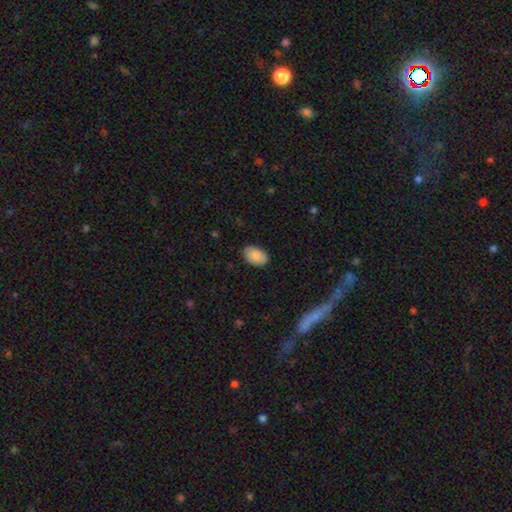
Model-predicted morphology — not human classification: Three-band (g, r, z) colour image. It shows a smooth galaxy with no disk features (88%) that is in between round and cigar-shaped (89%). Merging: none (86%).